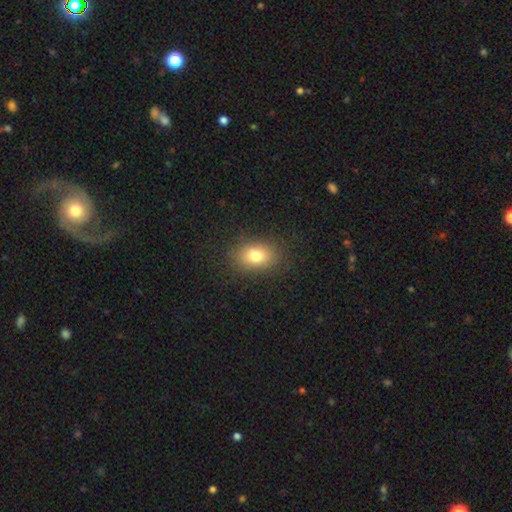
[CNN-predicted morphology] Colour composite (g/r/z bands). It shows a smooth galaxy with no disk features (77%) that is in between round and cigar-shaped (71%). Merging: none (85%).